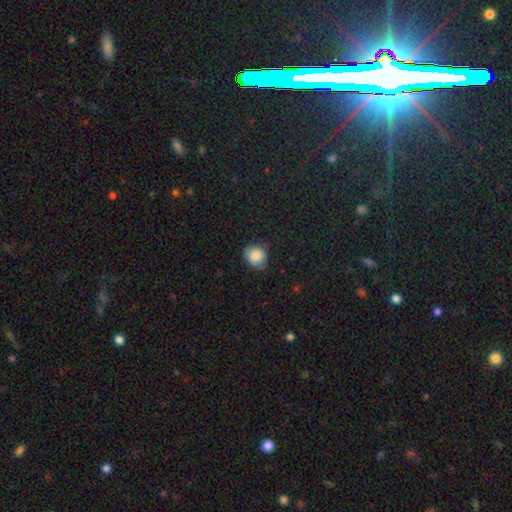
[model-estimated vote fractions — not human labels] A smooth galaxy with no disk features (82%) that is round (61%).

Vote fractions:
- Smooth or featured? smooth: 82% / star or artifact: 9% / featured or disk: 9%
- How rounded? round: 61% / in between: 38% / cigar-shaped: 1%
- Merging? none: 68% / minor disturbance: 26% / major disturbance: 5% / merger: 1%